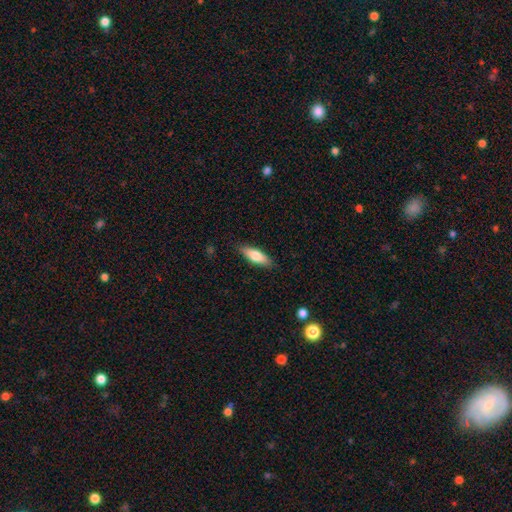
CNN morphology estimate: smooth_or_featured: smooth (p=0.72) [alt: featured or disk p=0.22]
how_rounded: in between (p=0.53) [alt: cigar-shaped p=0.45]
merging: none (p=0.87) [alt: minor disturbance p=0.10]